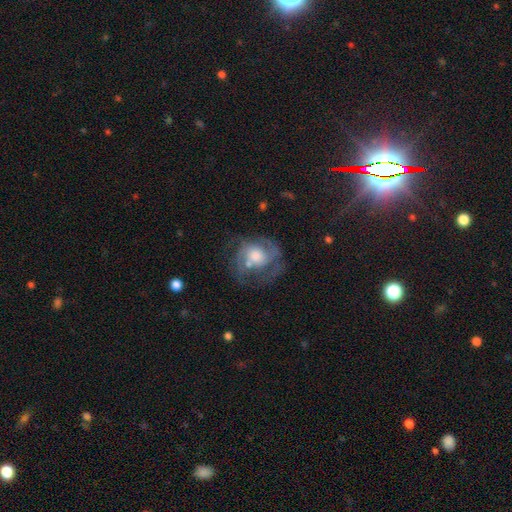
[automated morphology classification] smooth-or-featured: featured or disk: 69% | smooth: 22% | star or artifact: 8%
  disk-edge-on: no: 98% | yes: 2%
    bar: no: 77% | weak: 19% | strong: 3%
    has-spiral-arms: yes: 80% | no: 20%
      spiral-winding: medium: 43% | tight: 38% | loose: 19%
      spiral-arm-count: 2: 32% | can't tell: 31% | 3: 20% | 1: 8% | 4: 5% | more than 4: 4%
    bulge-size: moderate: 43% | large: 37% | small: 11% | none: 5% | dominant: 4%
  merging: none: 51% | major disturbance: 25% | minor disturbance: 20% | merger: 4%